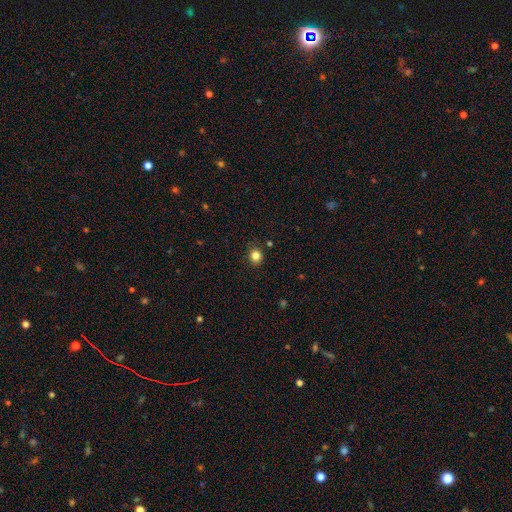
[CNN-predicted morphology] This is clearly a smooth galaxy (83%). How rounded: likely round (75%). Merging: clearly none (87%).